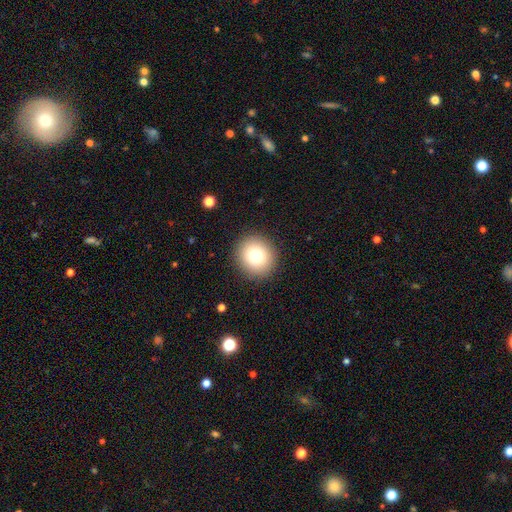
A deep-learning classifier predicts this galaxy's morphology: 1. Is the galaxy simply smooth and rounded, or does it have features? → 79% smooth, 11% star or artifact, 10% featured or disk.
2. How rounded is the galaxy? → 88% round, 11% in between, 1% cigar-shaped.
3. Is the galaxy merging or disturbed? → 91% none, 6% minor disturbance, 2% major disturbance, 1% merger.